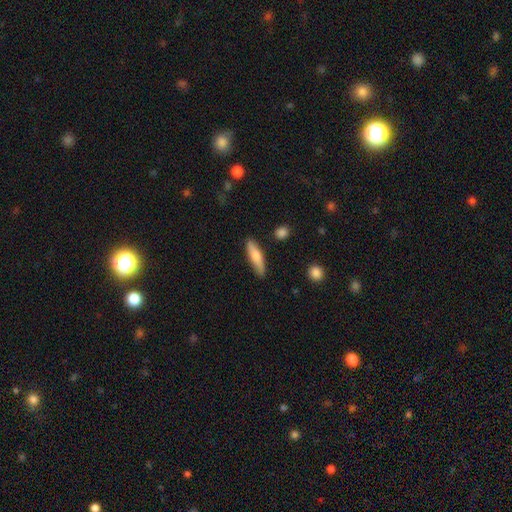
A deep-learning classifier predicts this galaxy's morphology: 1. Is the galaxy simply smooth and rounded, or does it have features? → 71% smooth, 23% featured or disk, 6% star or artifact.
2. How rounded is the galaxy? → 74% cigar-shaped, 24% in between, 2% round.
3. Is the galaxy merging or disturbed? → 84% none, 12% minor disturbance, 2% major disturbance, 2% merger.